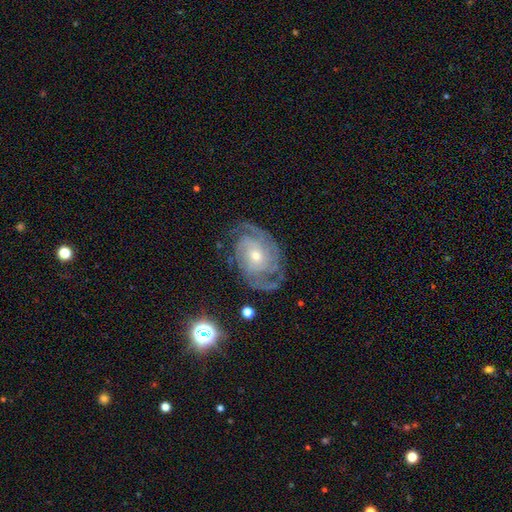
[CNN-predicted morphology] The model was most divided on "spiral arm count": 3: 29%, 2: 28%, can't tell: 19%, 4: 12%, more than 4: 6%, 1: 6%. More confident: spiral arms — yes (97%); edge-on disk — no (97%); smooth or featured — featured or disk (89%); merging — none (73%); bar — no (68%); spiral winding — tight (63%); bulge size — small (53%).